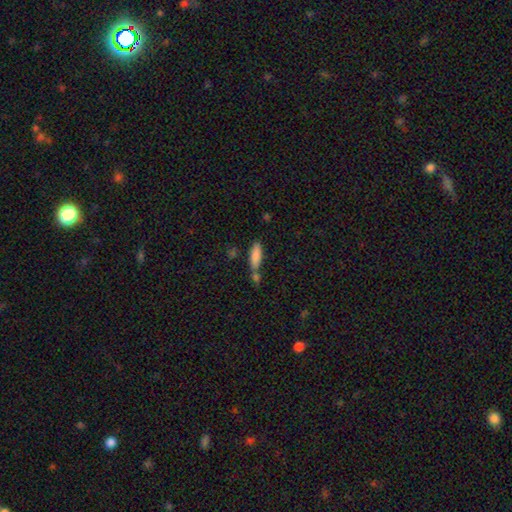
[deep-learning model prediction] The model was most divided on "how rounded": cigar-shaped: 50%, in between: 48%, round: 2%. More confident: smooth or featured — smooth (83%); merging — none (56%).